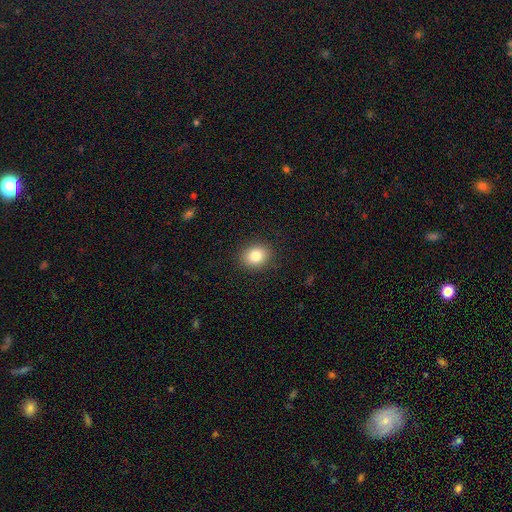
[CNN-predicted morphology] Smooth or featured: smooth — 83% (star or artifact — 9%)
How rounded: round — 56% (in between — 43%)
Merging: none — 90% (minor disturbance — 7%)